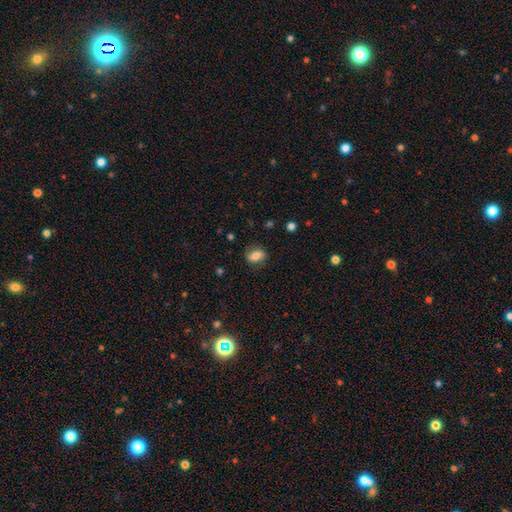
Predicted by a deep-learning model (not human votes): Q: Smooth or featured?
A: smooth (76%); runner-up: featured or disk (15%)
Q: How rounded?
A: in between (77%); runner-up: round (20%)
Q: Merging?
A: none (78%); runner-up: minor disturbance (16%)